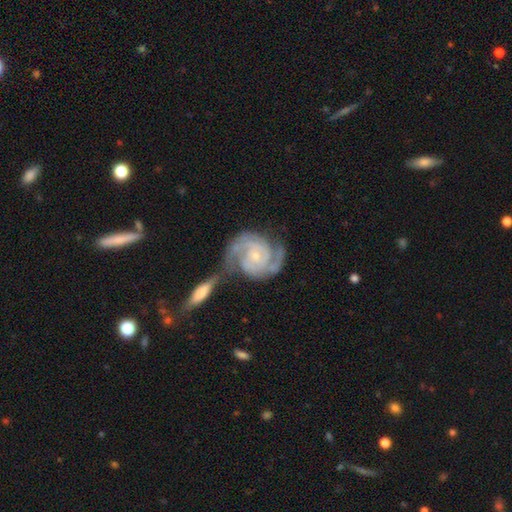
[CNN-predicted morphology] This is clearly a featured or disk galaxy (91%). It is clearly not viewed edge-on (98%). Bar: likely no (67%). Spiral arm pattern: clearly yes (98%). Spiral arm count: clearly 2 (81%). Spiral winding: possibly tight (53%). Central bulge: likely small (78%). Merging: possibly none (47%).